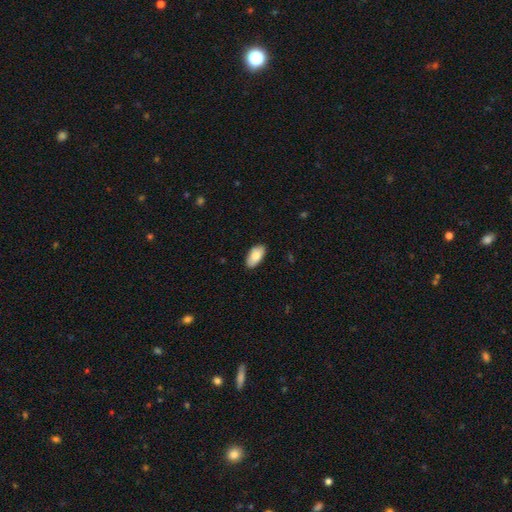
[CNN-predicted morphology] type=smooth (84%); roundness=in between (93%); merging=none (88%).